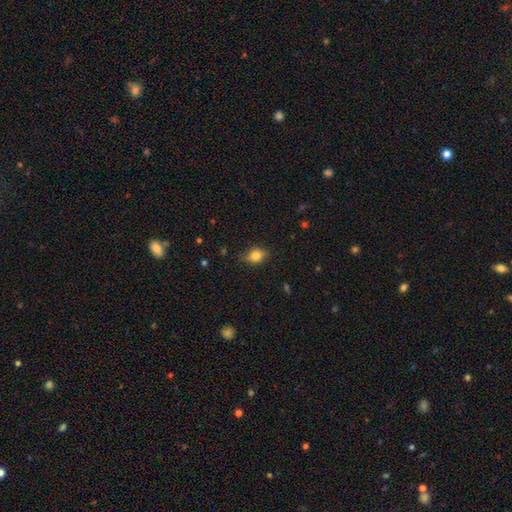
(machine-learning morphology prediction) smooth-or-featured: smooth: 72% | featured or disk: 17% | star or artifact: 10%
  how-rounded: in between: 59% | round: 37% | cigar-shaped: 3%
  merging: none: 69% | minor disturbance: 24% | major disturbance: 5% | merger: 1%